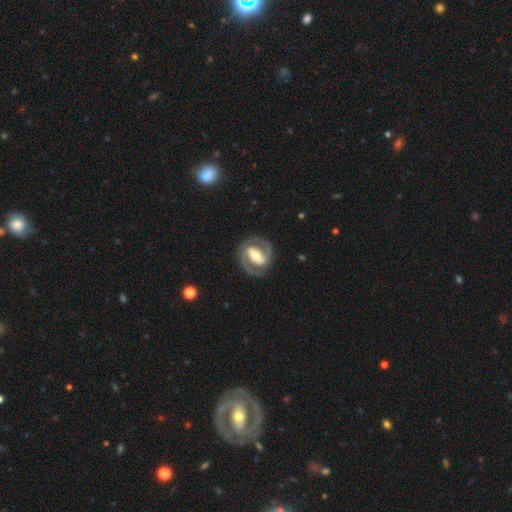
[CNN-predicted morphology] Q: Smooth or featured?
A: featured or disk (81%); runner-up: smooth (14%)
Q: Edge-on disk?
A: no (96%); runner-up: yes (4%)
Q: Bar?
A: strong (59%); runner-up: weak (27%)
Q: Spiral arms?
A: yes (85%); runner-up: no (15%)
Q: Spiral winding?
A: tight (45%); runner-up: medium (44%)
Q: Spiral arm count?
A: 2 (89%); runner-up: can't tell (5%)
Q: Bulge size?
A: moderate (59%); runner-up: small (25%)
Q: Merging?
A: none (82%); runner-up: minor disturbance (11%)